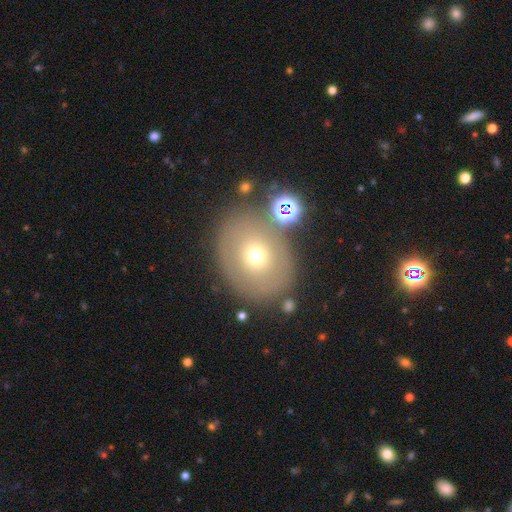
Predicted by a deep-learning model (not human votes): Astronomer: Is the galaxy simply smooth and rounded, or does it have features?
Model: smooth — 57%.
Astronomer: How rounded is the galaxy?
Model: round — 50% (runner-up: in between, 49%).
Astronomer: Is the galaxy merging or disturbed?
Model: none — 75%.